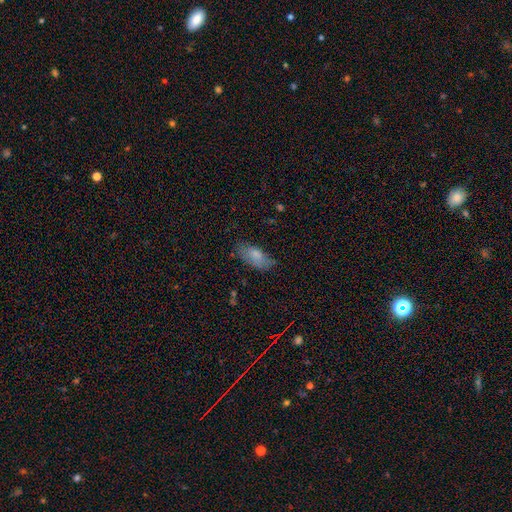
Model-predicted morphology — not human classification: Overall: smooth (78%). How rounded: in between (87%). Merging: none (65%).